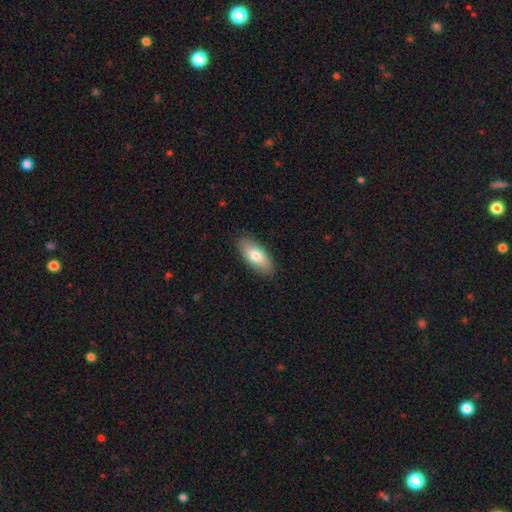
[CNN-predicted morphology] A smooth galaxy with no disk features (78%) that is in between round and cigar-shaped (86%).

Vote fractions:
- Smooth or featured? smooth: 78% / featured or disk: 16% / star or artifact: 6%
- How rounded? in between: 86% / cigar-shaped: 11% / round: 2%
- Merging? none: 88% / minor disturbance: 9% / major disturbance: 2% / merger: 1%